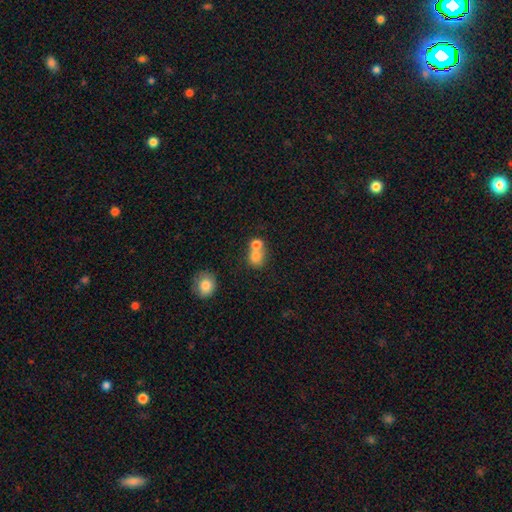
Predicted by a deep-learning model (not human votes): Smooth or featured? Predicted: smooth (p=0.79). How rounded? Predicted: round (p=0.73). Merging? Predicted: merger (p=0.53).